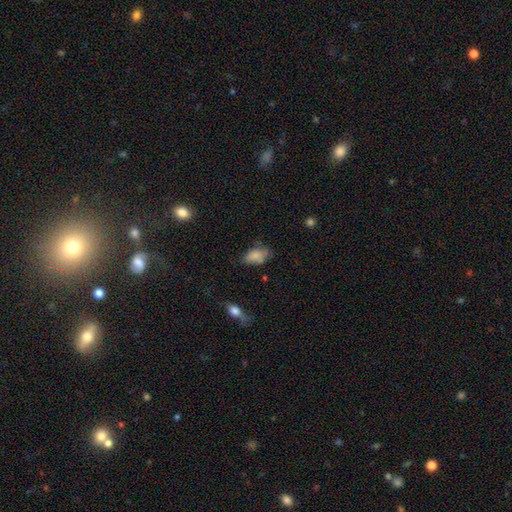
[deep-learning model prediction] smooth 81%, featured or disk 11%, star or artifact 9%. Down the decision tree: how rounded — in between (91%); merging — none (56%).